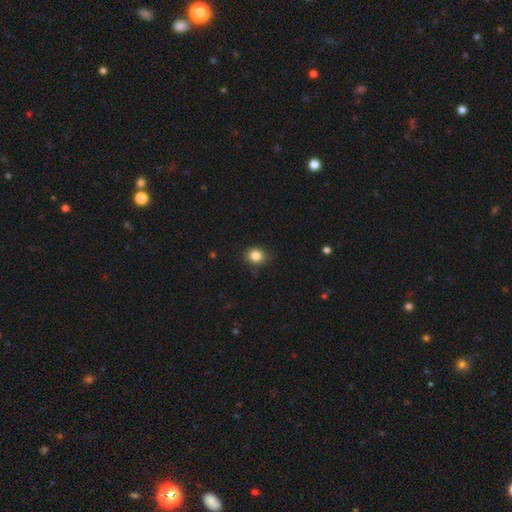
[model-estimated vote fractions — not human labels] A smooth galaxy with no disk features (85%) that is round (78%). Merging: none (85%).